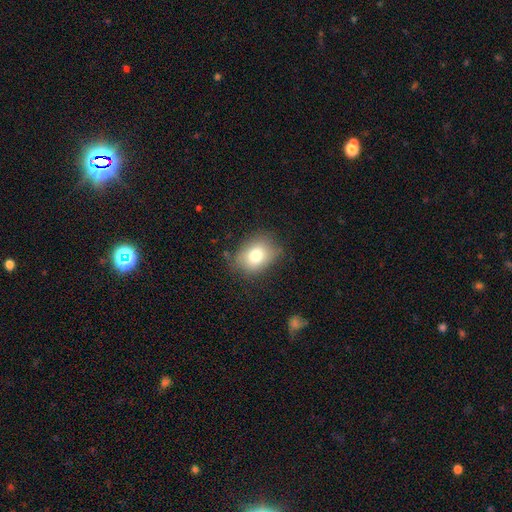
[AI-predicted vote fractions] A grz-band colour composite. It shows a smooth galaxy with no disk features (77%) that is in between round and cigar-shaped (61%). Merging: none (75%).